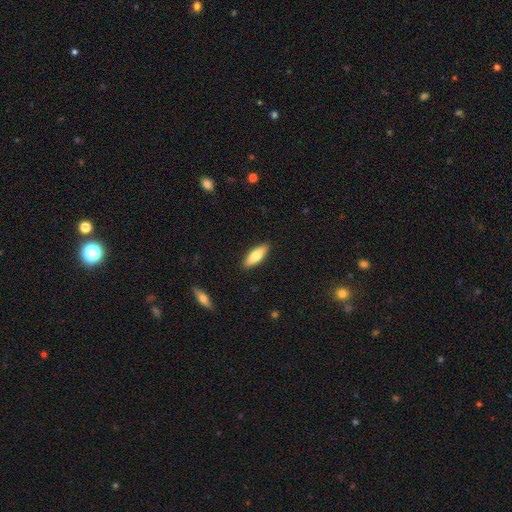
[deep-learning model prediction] smooth 75%, featured or disk 19%, star or artifact 6%. Down the decision tree: how rounded — in between (59%); merging — none (89%).